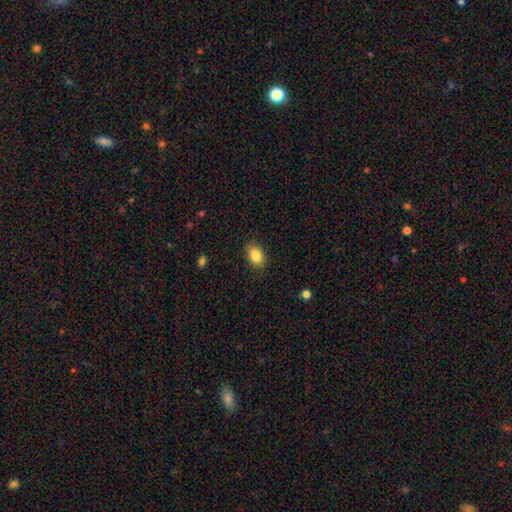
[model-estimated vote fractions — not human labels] Smooth or featured? smooth (85%)
How rounded? in between (83%)
Merging? none (87%)